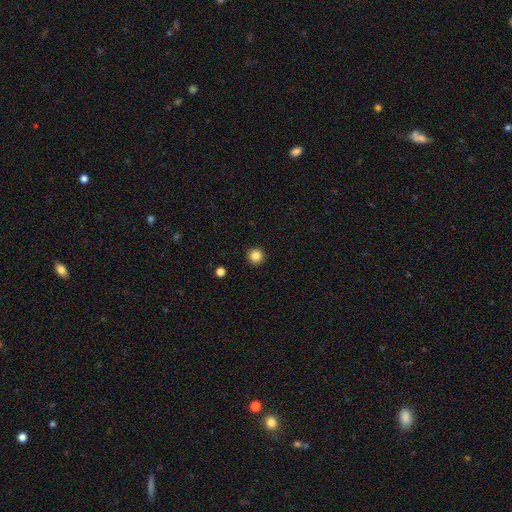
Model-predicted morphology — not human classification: Smooth or featured: smooth — 85% (star or artifact — 11%)
How rounded: round — 96% (in between — 3%)
Merging: none — 93% (minor disturbance — 4%)